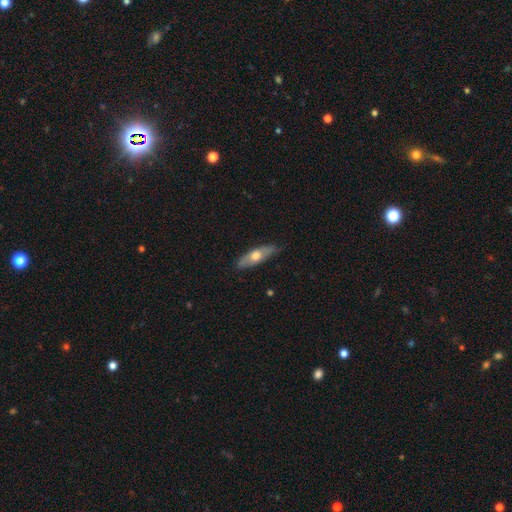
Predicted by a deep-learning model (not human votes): The model was most divided on "how rounded": cigar-shaped: 49%, in between: 48%, round: 3%. More confident: merging — none (82%); smooth or featured — smooth (53%).